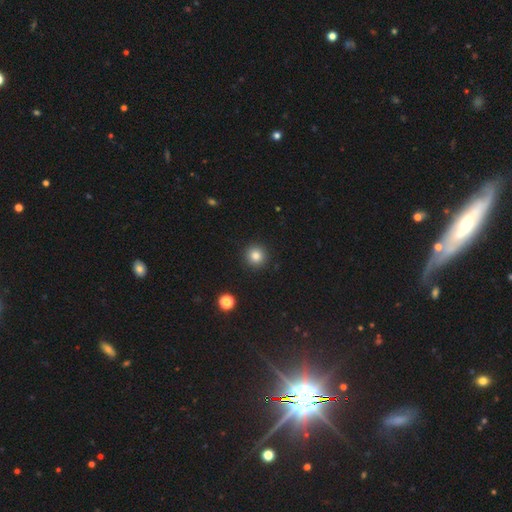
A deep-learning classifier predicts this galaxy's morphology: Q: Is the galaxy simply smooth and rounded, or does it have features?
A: smooth — 82%.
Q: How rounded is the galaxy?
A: round — 95%.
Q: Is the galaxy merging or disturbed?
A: none — 92%.